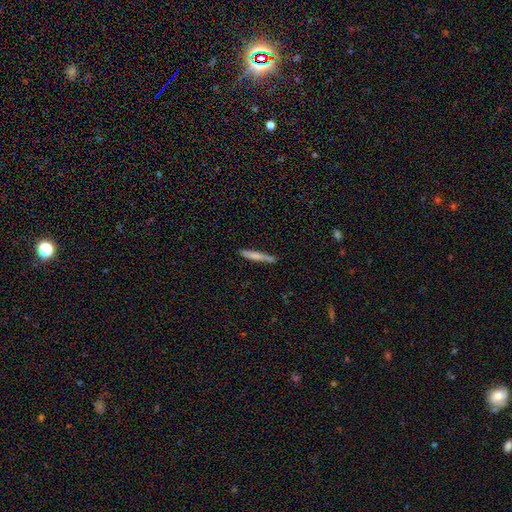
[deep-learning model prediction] Q: Smooth or featured?
A: smooth (65%); runner-up: featured or disk (29%)
Q: How rounded?
A: cigar-shaped (94%); runner-up: in between (5%)
Q: Merging?
A: none (78%); runner-up: minor disturbance (16%)